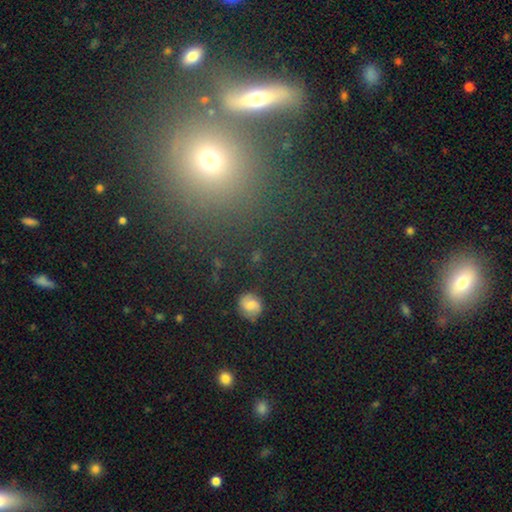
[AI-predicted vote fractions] Smooth or featured? Predicted: smooth (p=0.51). How rounded? Predicted: round (p=0.73). Merging? Predicted: none (p=0.73).